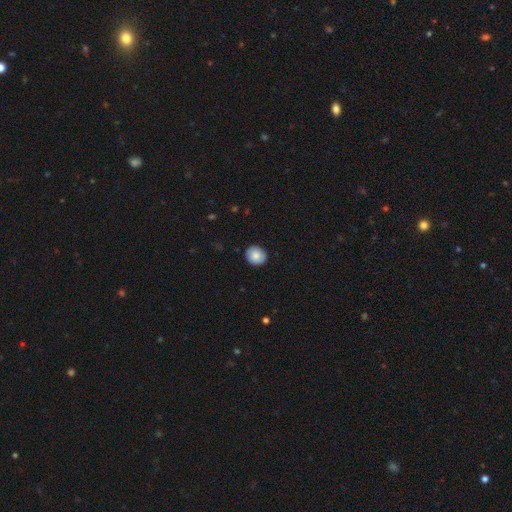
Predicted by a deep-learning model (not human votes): Q: Smooth or featured?
A: smooth (85%); runner-up: featured or disk (8%)
Q: How rounded?
A: round (79%); runner-up: in between (20%)
Q: Merging?
A: none (89%); runner-up: minor disturbance (8%)